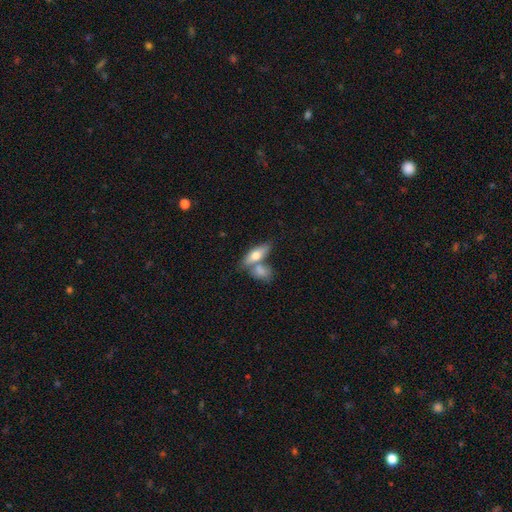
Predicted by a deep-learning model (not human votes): This is likely a smooth galaxy (66%). How rounded: likely in between (66%). Merging: marginally merger (43%).